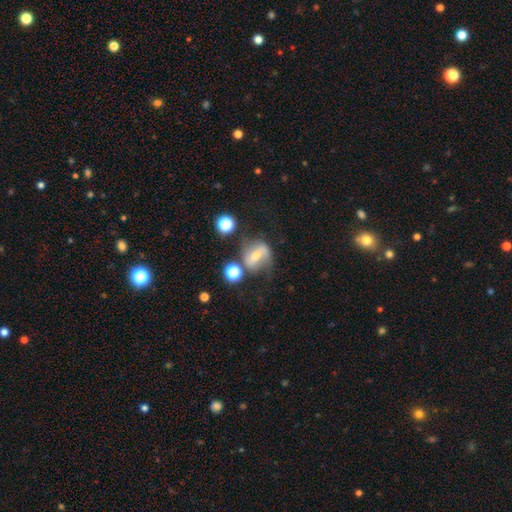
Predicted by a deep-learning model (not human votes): featured or disk 52%, smooth 36%, star or artifact 12%. Down the decision tree: edge-on disk — no (93%); merging — none (52%).